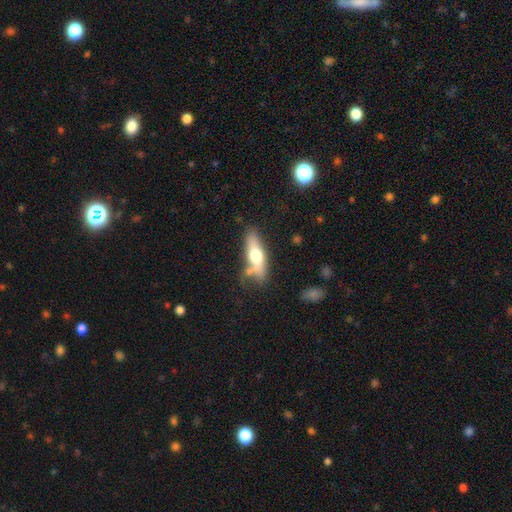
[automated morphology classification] Smooth or featured? smooth (53%)
How rounded? in between (50%)
Merging? none (59%)